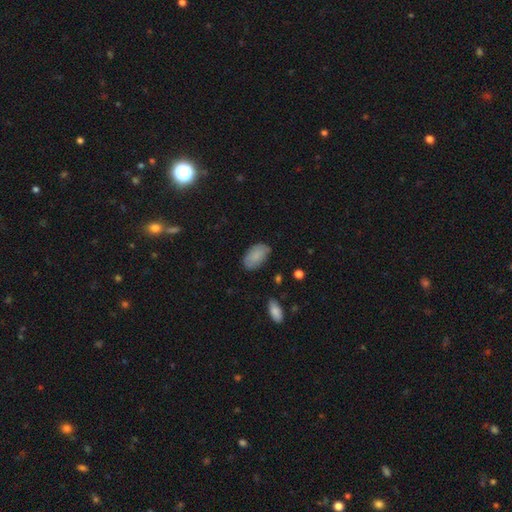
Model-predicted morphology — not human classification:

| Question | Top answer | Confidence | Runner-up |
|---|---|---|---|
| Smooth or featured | smooth | 84% | featured or disk (10%) |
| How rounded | in between | 94% | round (4%) |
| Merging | none | 75% | minor disturbance (20%) |